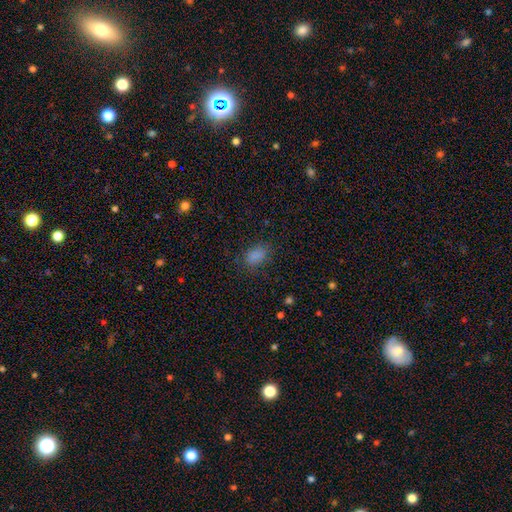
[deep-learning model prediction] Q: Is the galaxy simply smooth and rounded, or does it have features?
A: smooth — 84%.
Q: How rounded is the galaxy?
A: in between — 86%.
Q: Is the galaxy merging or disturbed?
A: none — 79%.